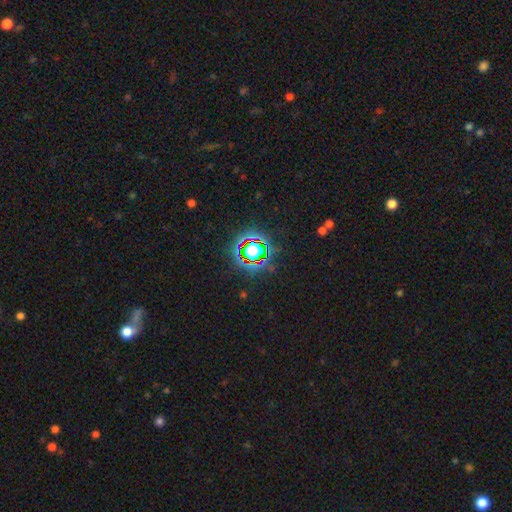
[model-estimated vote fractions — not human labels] Smooth or featured?
  - star or artifact: 79% *
  - smooth: 12%
  - featured or disk: 8%